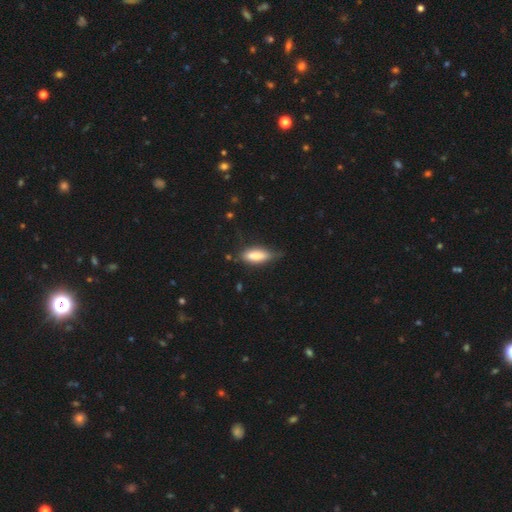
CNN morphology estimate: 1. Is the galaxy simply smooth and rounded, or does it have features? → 74% smooth, 19% featured or disk, 7% star or artifact.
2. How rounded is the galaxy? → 59% in between, 39% cigar-shaped, 2% round.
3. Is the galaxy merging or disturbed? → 61% none, 28% minor disturbance, 8% major disturbance, 3% merger.